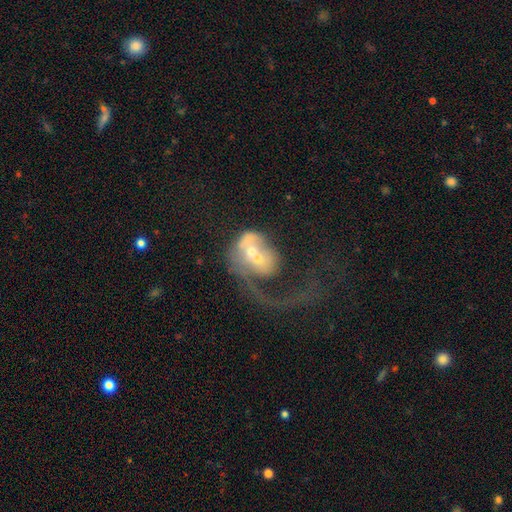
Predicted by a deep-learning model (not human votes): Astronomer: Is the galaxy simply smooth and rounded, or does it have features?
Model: featured or disk — 62%.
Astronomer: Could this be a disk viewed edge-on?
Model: no — 96%.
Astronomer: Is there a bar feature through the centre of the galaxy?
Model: no — 69%.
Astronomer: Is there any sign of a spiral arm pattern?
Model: yes — 54% (runner-up: no, 46%).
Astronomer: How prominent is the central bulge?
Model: moderate — 48% (runner-up: small, 40%).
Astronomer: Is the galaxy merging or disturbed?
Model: merger — 50% (runner-up: major disturbance, 33%).